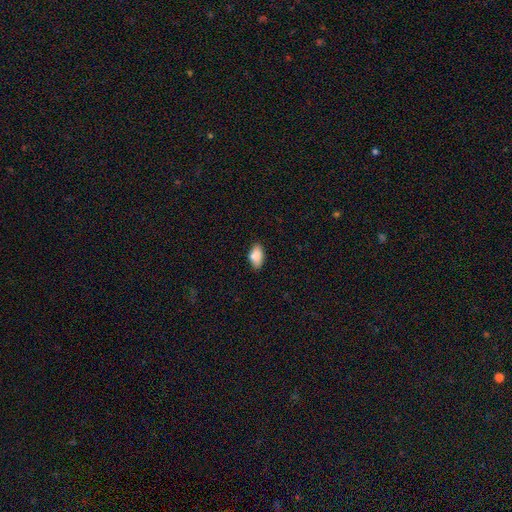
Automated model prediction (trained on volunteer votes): smooth 86%, star or artifact 7%, featured or disk 7%. Down the decision tree: how rounded — in between (92%); merging — none (79%).